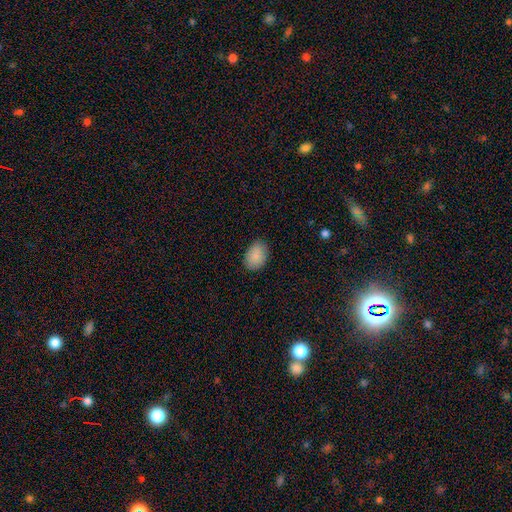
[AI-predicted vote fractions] Q: Smooth or featured?
A: smooth (89%); runner-up: star or artifact (7%)
Q: How rounded?
A: in between (83%); runner-up: round (16%)
Q: Merging?
A: none (84%); runner-up: minor disturbance (12%)